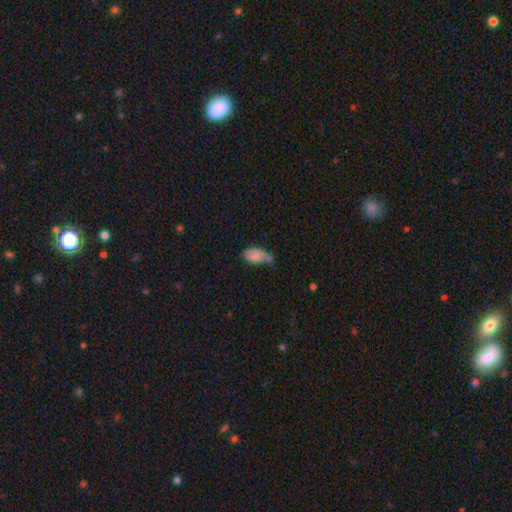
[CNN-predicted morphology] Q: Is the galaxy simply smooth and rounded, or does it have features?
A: smooth — 80%.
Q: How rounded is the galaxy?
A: in between — 93%.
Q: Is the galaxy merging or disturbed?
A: none — 38%.